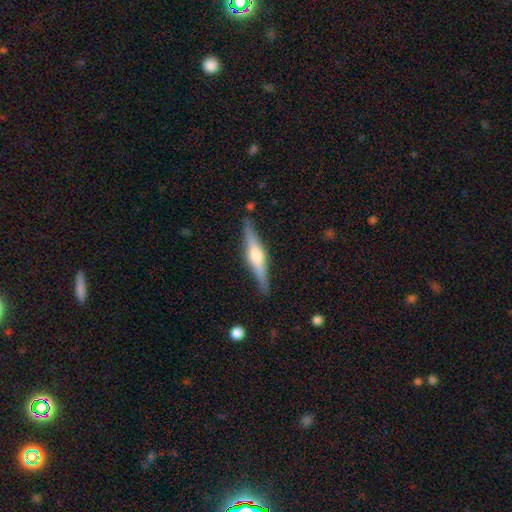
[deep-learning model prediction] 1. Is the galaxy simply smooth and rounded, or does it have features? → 69% featured or disk, 26% smooth, 5% star or artifact.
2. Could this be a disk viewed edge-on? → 97% yes, 3% no.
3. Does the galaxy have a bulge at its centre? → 92% rounded, 5% boxy, 3% none.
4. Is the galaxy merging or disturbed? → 88% none, 9% minor disturbance, 2% major disturbance, 2% merger.